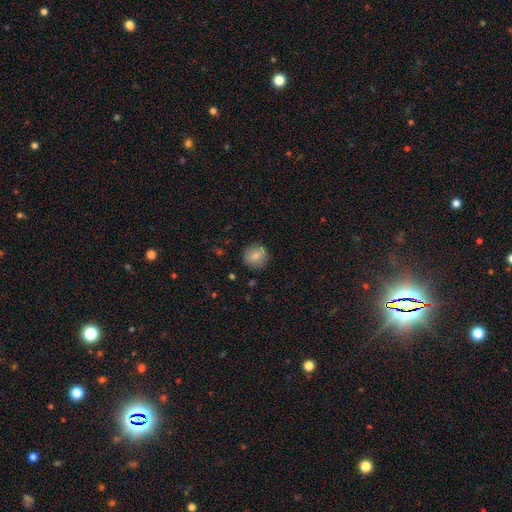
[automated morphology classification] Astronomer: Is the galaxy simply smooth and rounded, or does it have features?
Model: smooth — 81%.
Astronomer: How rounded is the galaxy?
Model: round — 86%.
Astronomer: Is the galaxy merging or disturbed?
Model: none — 87%.